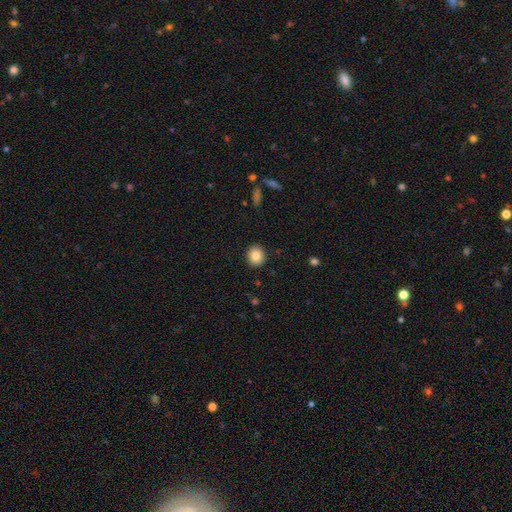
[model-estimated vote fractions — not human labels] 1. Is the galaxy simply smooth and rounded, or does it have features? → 84% smooth, 9% star or artifact, 7% featured or disk.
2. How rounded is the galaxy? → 84% round, 16% in between, 1% cigar-shaped.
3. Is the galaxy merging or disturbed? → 91% none, 6% minor disturbance, 2% major disturbance, 1% merger.